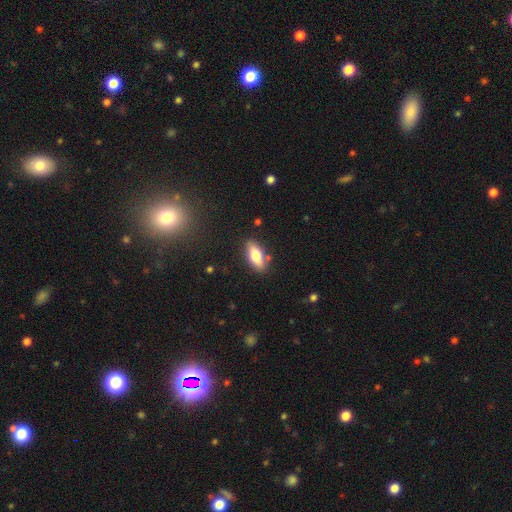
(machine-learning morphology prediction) smooth_or_featured: smooth (p=0.74) [alt: featured or disk p=0.20]
how_rounded: in between (p=0.78) [alt: cigar-shaped p=0.19]
merging: none (p=0.81) [alt: minor disturbance p=0.12]